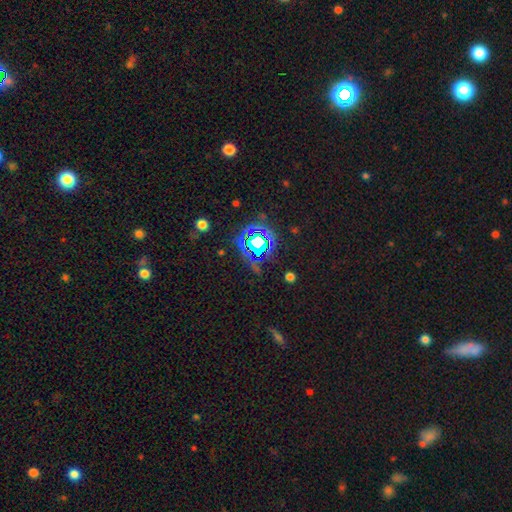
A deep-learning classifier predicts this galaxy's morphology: The model was most divided on "smooth or featured": star or artifact: 79%, smooth: 13%, featured or disk: 8%.